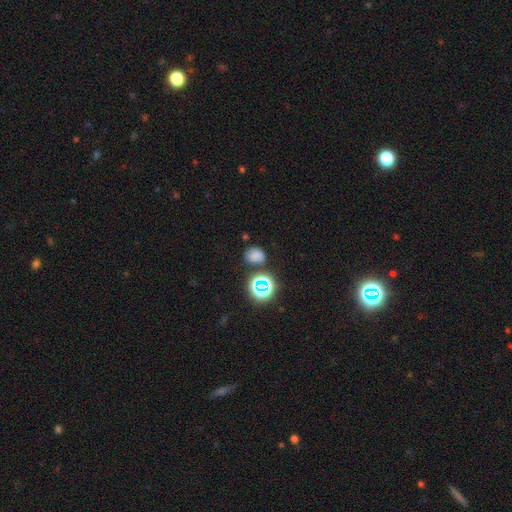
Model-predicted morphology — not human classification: A smooth galaxy with no disk features (68%) that is round (57%). Merging: none (69%).